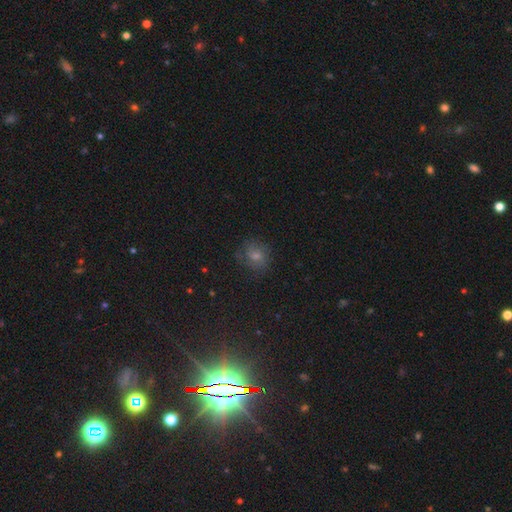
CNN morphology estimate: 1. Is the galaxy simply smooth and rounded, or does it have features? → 41% smooth, 35% star or artifact, 24% featured or disk.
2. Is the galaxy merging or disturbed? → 79% none, 14% minor disturbance, 6% major disturbance, 1% merger.